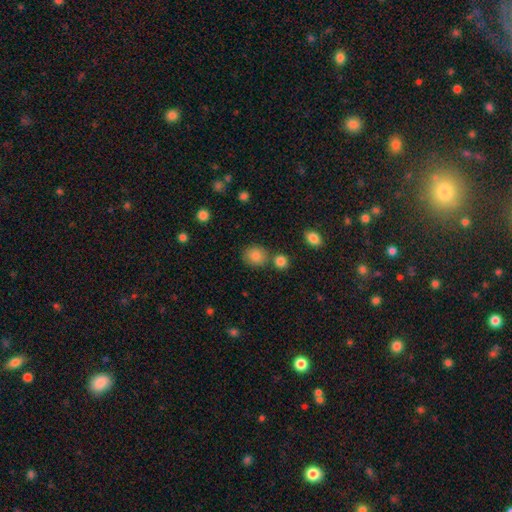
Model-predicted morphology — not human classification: Smooth or featured? smooth (84%)
How rounded? round (81%)
Merging? none (74%)